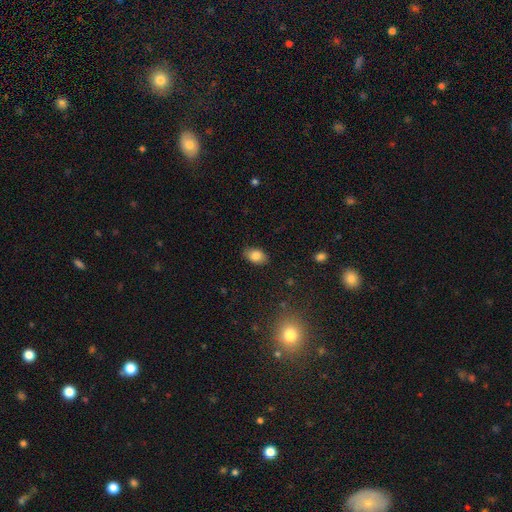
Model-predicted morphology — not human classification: A smooth galaxy with no disk features (83%) that is in between round and cigar-shaped (89%).

Vote fractions:
- Smooth or featured? smooth: 83% / featured or disk: 9% / star or artifact: 8%
- How rounded? in between: 89% / round: 10% / cigar-shaped: 2%
- Merging? none: 85% / minor disturbance: 11% / major disturbance: 2% / merger: 1%